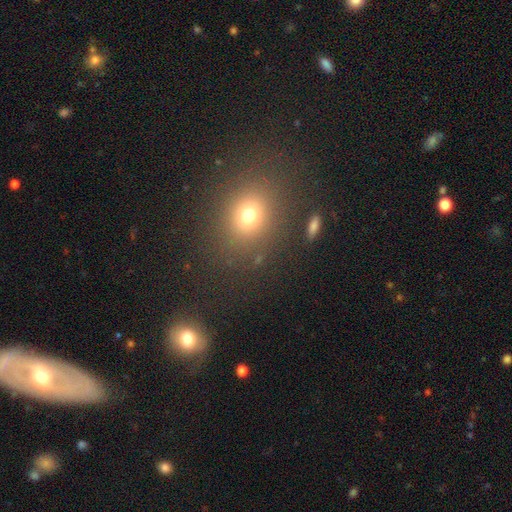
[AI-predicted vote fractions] Smooth or featured: smooth — 61% (star or artifact — 27%)
How rounded: round — 57% (in between — 41%)
Merging: none — 85% (minor disturbance — 8%)